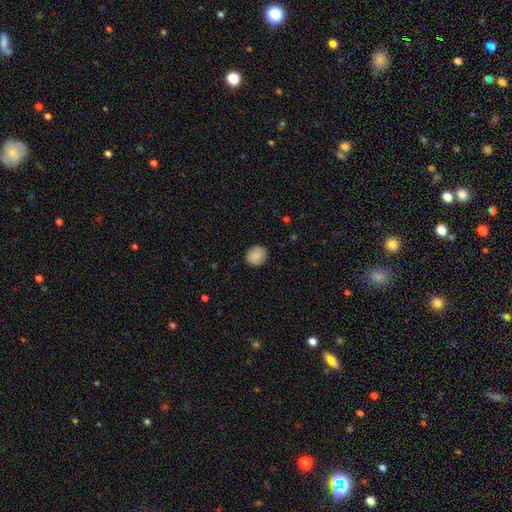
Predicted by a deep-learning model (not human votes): Smooth or featured: smooth — 88% (star or artifact — 8%)
How rounded: round — 70% (in between — 30%)
Merging: none — 86% (minor disturbance — 11%)